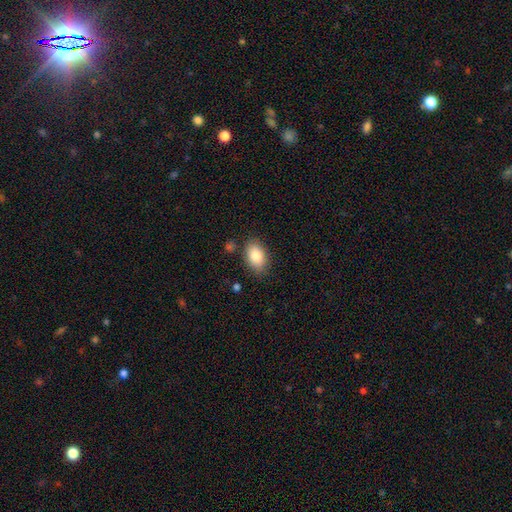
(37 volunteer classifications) Smooth or featured: smooth — 86% (featured or disk — 8%)
How rounded: in between — 84% (round — 12%)
Merging: none — 80% (minor disturbance — 14%)